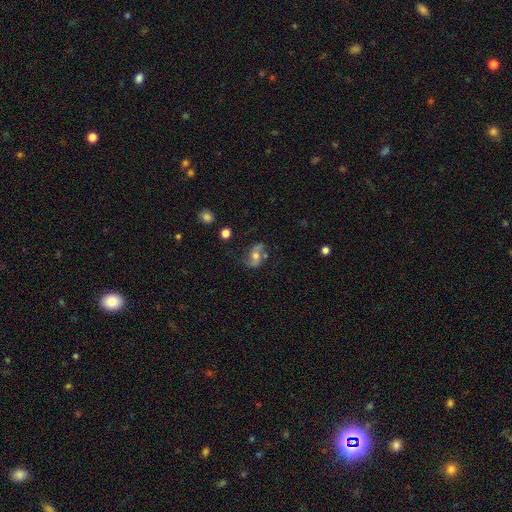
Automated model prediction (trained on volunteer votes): This appears to be a featured or disk galaxy (65%) with no bar (60%), 2 (90%) loose (66%) spiral arms (88%) and a moderate central bulge (70%). Merging: none (70%).